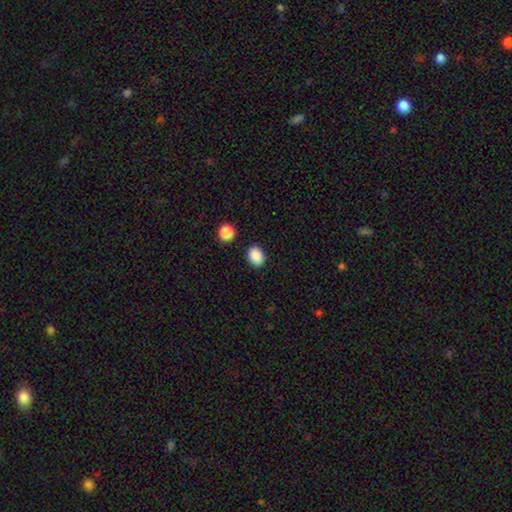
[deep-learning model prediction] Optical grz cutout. It shows a smooth galaxy with no disk features (89%) that is in between round and cigar-shaped (62%). Merging: none (88%).